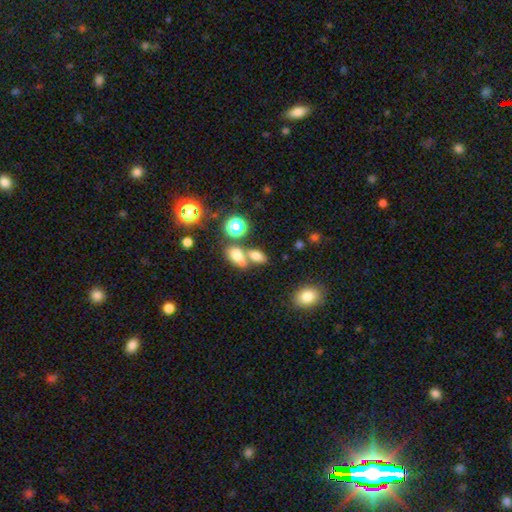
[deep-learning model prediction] Smooth or featured? Predicted: smooth (p=0.72). How rounded? Predicted: in between (p=0.81). Merging? Predicted: merger (p=0.45).